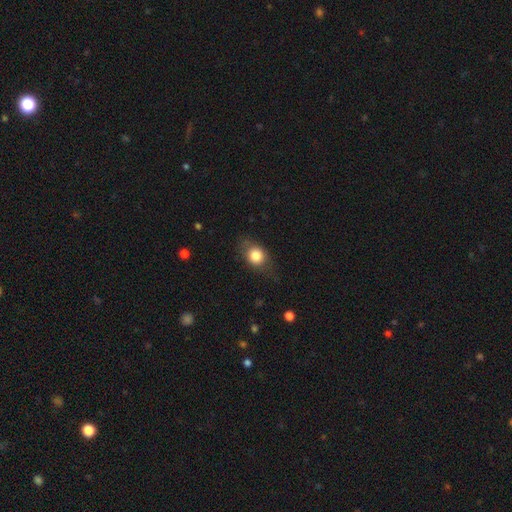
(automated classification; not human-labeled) The model was most divided on "how rounded": round: 56%, in between: 42%, cigar-shaped: 2%. More confident: smooth or featured — smooth (78%); merging — none (69%).